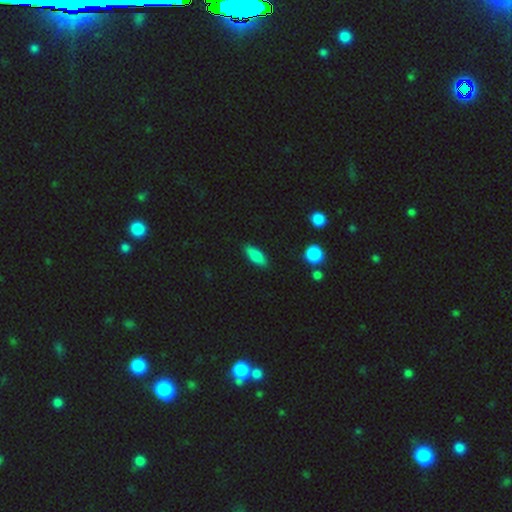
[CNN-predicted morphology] Q: Smooth or featured?
A: smooth (78%); runner-up: featured or disk (15%)
Q: How rounded?
A: in between (67%); runner-up: cigar-shaped (30%)
Q: Merging?
A: none (87%); runner-up: minor disturbance (10%)